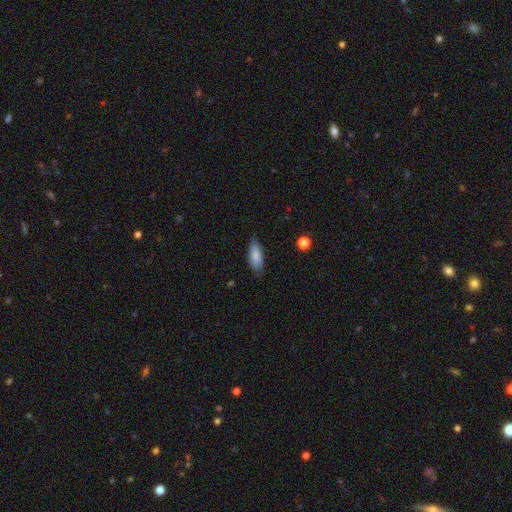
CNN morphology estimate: The model was most divided on "how rounded": in between: 77%, cigar-shaped: 21%, round: 2%. More confident: smooth or featured — smooth (83%); merging — none (80%).